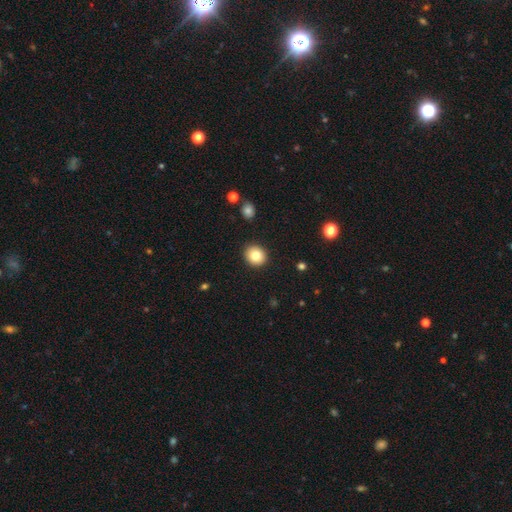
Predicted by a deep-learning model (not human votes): A smooth galaxy with no disk features (81%) that is round (80%). Merging: none (91%).